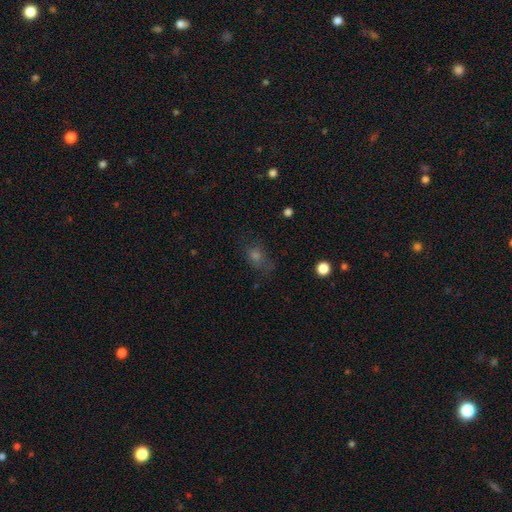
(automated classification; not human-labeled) The model was most divided on "how rounded": in between: 60%, round: 35%, cigar-shaped: 4%. More confident: merging — none (66%); smooth or featured — smooth (54%).